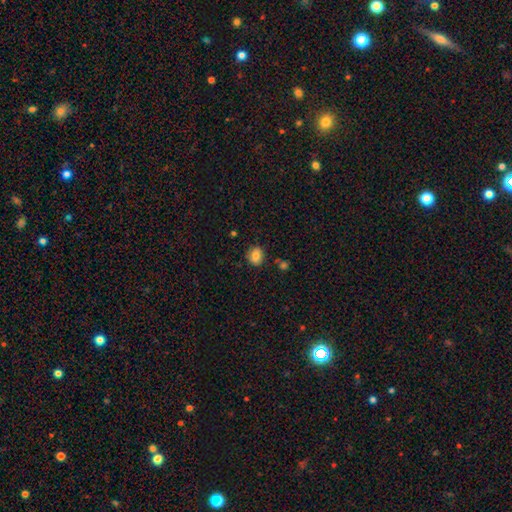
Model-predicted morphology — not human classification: Smooth or featured: smooth — 81% (featured or disk — 10%)
How rounded: round — 53% (in between — 46%)
Merging: none — 82% (minor disturbance — 12%)